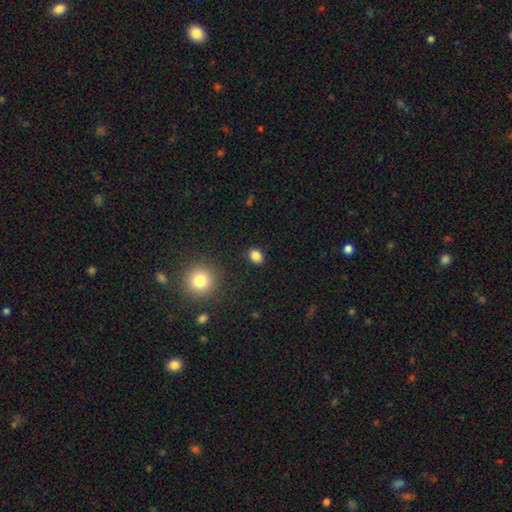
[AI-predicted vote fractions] smooth_or_featured: smooth (p=0.84) [alt: star or artifact p=0.12]
how_rounded: in between (p=0.56) [alt: round p=0.43]
merging: none (p=0.85) [alt: minor disturbance p=0.10]